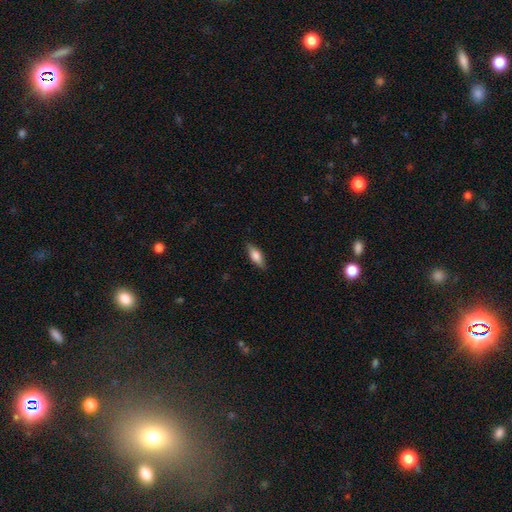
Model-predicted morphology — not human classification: Smooth or featured?
  - smooth: 69% *
  - featured or disk: 25%
  - star or artifact: 7%
How rounded?
  - in between: 65% *
  - cigar-shaped: 32%
  - round: 3%
Merging?
  - none: 85% *
  - minor disturbance: 11%
  - major disturbance: 2%
  - merger: 1%